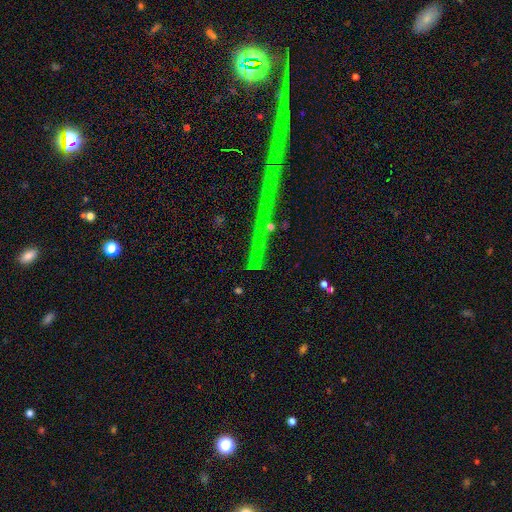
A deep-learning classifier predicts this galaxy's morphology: Smooth or featured: star or artifact — 67% (smooth — 17%)